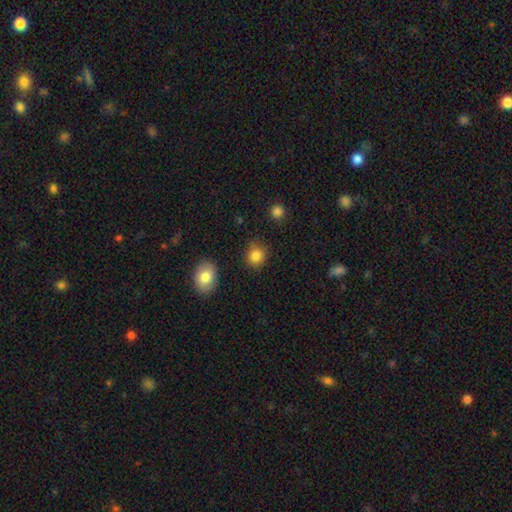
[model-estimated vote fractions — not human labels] Smooth or featured? smooth (85%)
How rounded? round (80%)
Merging? none (83%)